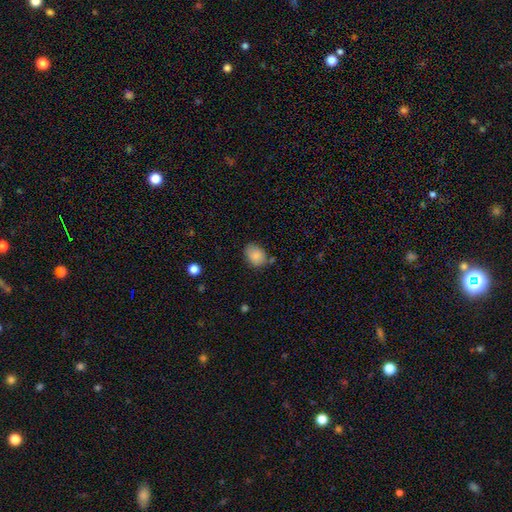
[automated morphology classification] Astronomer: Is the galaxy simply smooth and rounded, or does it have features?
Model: smooth — 86%.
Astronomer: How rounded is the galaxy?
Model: in between — 68%.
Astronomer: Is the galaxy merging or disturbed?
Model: none — 70%.